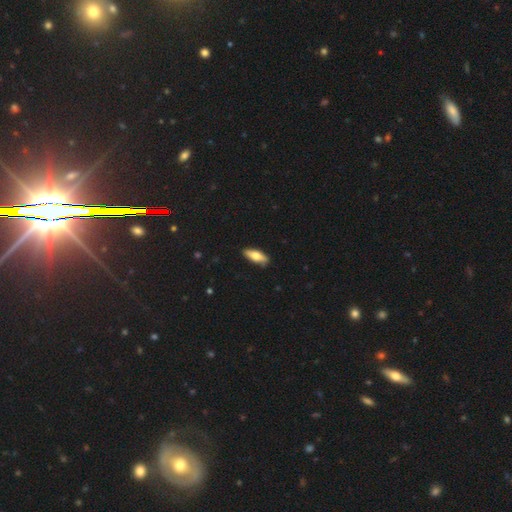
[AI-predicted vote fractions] Overall: smooth (65%; featured or disk 30%). How rounded: in between (64%; cigar-shaped 34%). Merging: none (85%).